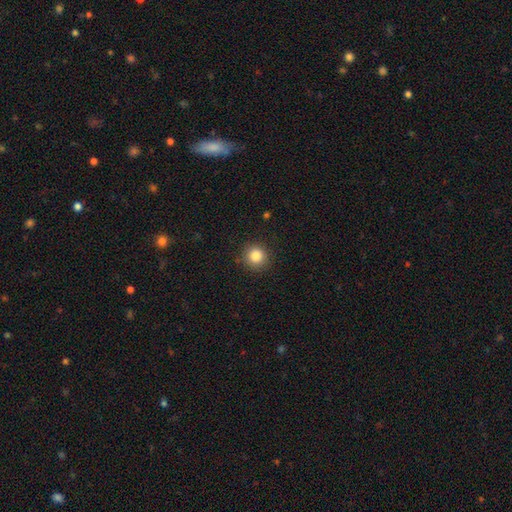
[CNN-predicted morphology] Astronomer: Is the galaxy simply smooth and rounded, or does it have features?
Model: smooth — 85%.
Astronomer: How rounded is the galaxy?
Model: round — 93%.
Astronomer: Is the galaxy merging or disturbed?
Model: none — 88%.